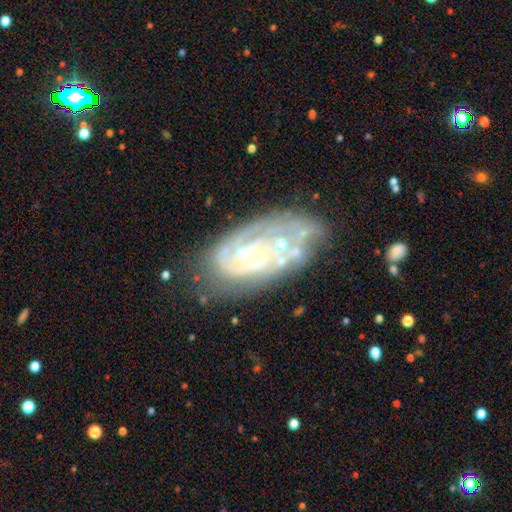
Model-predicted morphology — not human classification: Overall: featured or disk (79%). Edge-on disk: no (96%). Bar: no (79%). Spiral arms: yes (80%). Spiral arm count: can't tell (38%; 2 29%). Spiral winding: tight (61%; medium 28%). Bulge size: small (68%). Merging: none (55%; minor disturbance 20%).